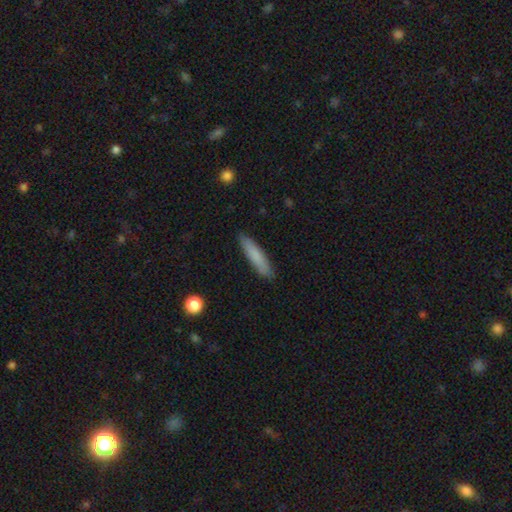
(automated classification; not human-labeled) Morphology: type=smooth (79%); roundness=cigar-shaped (87%); merging=none (88%).